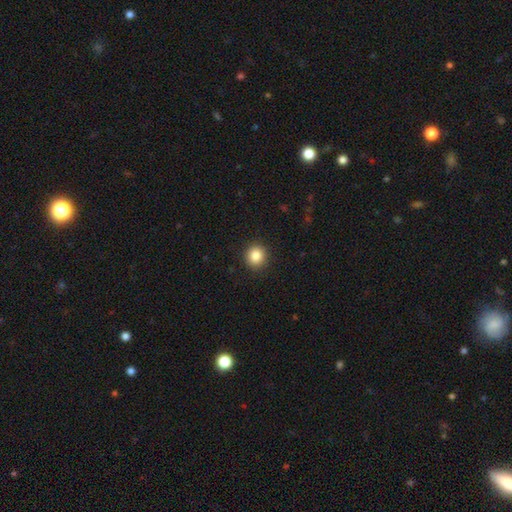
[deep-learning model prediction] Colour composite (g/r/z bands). It shows a smooth galaxy with no disk features (85%) that is round (89%). Merging: none (92%).